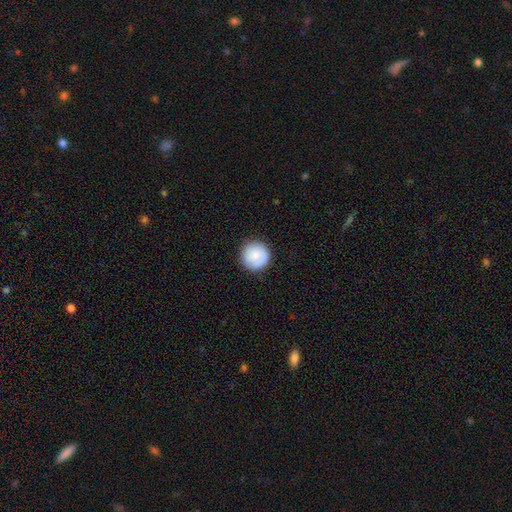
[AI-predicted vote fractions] smooth-or-featured: smooth: 84% | featured or disk: 10% | star or artifact: 7%
  how-rounded: round: 96% | in between: 3% | cigar-shaped: 1%
  merging: none: 88% | minor disturbance: 8% | major disturbance: 2% | merger: 1%